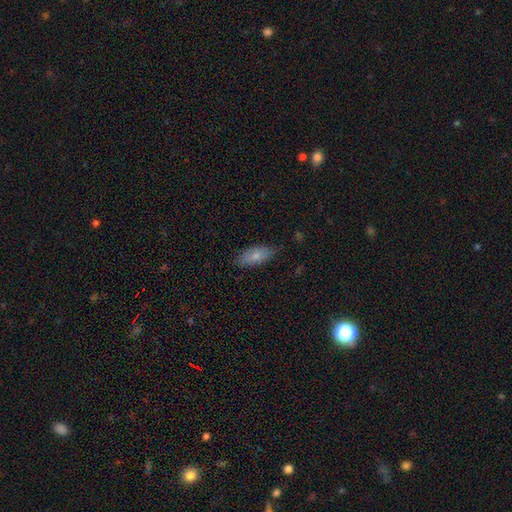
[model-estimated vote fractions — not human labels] This is likely a smooth galaxy (76%). How rounded: clearly in between (86%). Merging: likely none (80%).